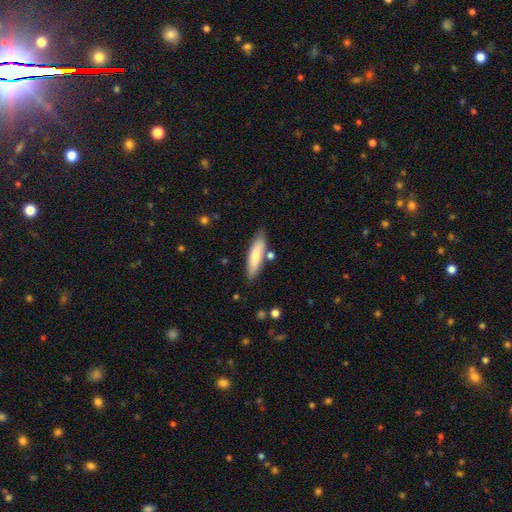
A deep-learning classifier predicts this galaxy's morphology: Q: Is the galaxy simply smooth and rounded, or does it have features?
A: smooth — 73%.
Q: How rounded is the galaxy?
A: cigar-shaped — 69%.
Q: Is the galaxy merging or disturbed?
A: none — 79%.